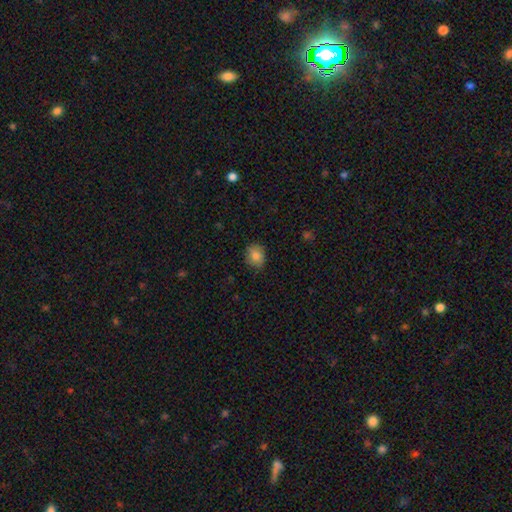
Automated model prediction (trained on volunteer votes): Overall: smooth (83%). How rounded: round (62%; in between 37%). Merging: none (82%).